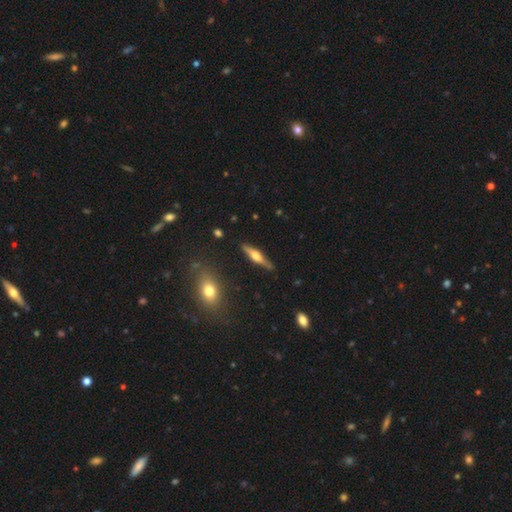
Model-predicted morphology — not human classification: Overall: featured or disk (66%; smooth 28%). Edge-on disk: yes (97%). Edge-on bulge: rounded (91%). Merging: none (88%).